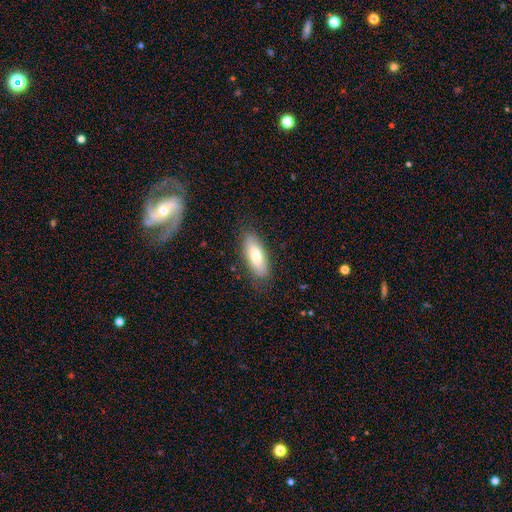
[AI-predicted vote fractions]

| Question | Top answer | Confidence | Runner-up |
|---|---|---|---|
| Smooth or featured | smooth | 74% | featured or disk (20%) |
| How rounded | in between | 66% | cigar-shaped (33%) |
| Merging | none | 81% | minor disturbance (14%) |